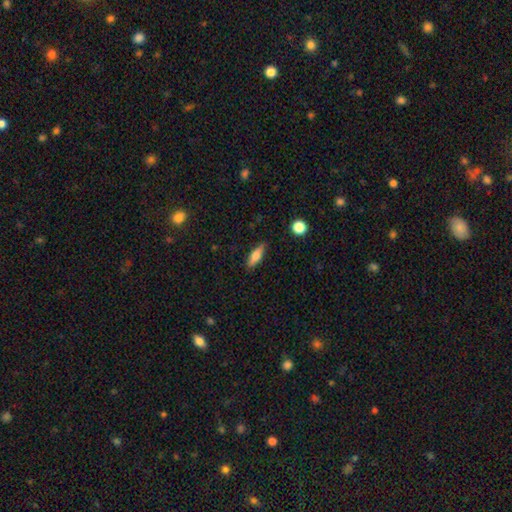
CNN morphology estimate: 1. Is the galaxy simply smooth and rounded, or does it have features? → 70% smooth, 23% featured or disk, 7% star or artifact.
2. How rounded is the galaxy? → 49% cigar-shaped (tied), 49% in between (tied), 3% round.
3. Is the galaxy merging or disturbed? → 85% none, 11% minor disturbance, 2% major disturbance, 1% merger.